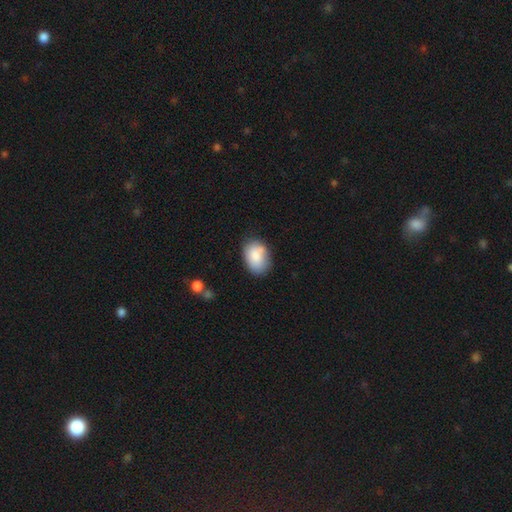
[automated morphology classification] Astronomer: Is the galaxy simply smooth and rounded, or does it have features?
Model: smooth — 84%.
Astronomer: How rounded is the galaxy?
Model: in between — 83%.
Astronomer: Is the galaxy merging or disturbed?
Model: none — 70%.